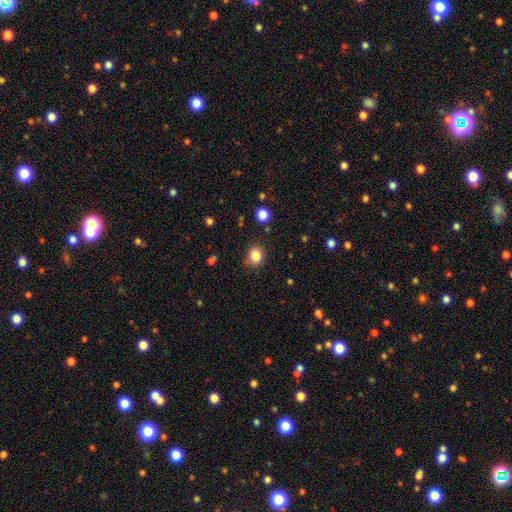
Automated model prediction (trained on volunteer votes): A smooth galaxy with no disk features (85%) that is round (68%). Merging: none (81%).